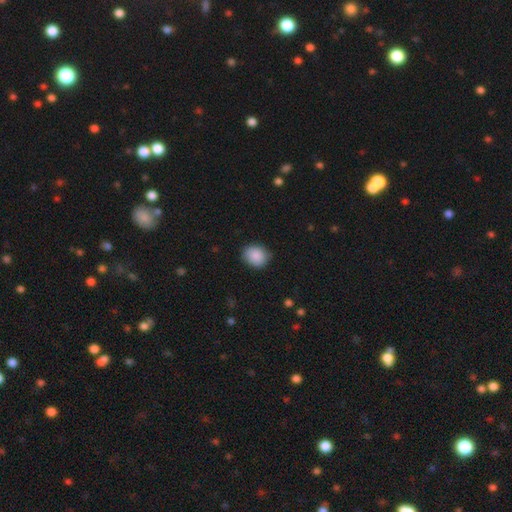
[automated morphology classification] smooth-or-featured: smooth: 89% | star or artifact: 7% | featured or disk: 4%
  how-rounded: round: 60% | in between: 39% | cigar-shaped: 1%
  merging: none: 83% | minor disturbance: 13% | major disturbance: 3% | merger: 1%